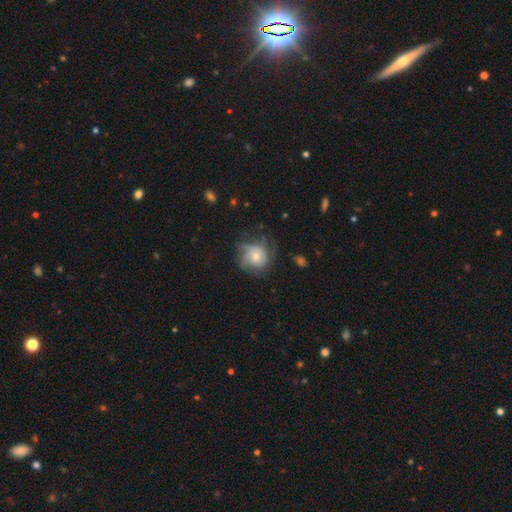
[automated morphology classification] Smooth or featured? featured or disk (61%)
Edge-on disk? no (97%)
Bar? no (81%)
Spiral arms? yes (85%)
Bulge size? moderate (53%)
Merging? none (58%)